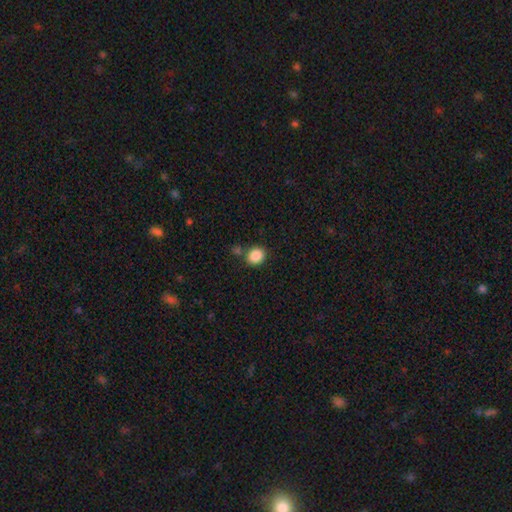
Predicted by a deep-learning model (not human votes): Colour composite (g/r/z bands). It shows a smooth galaxy with no disk features (88%) that is round (64%). Merging: none (75%).